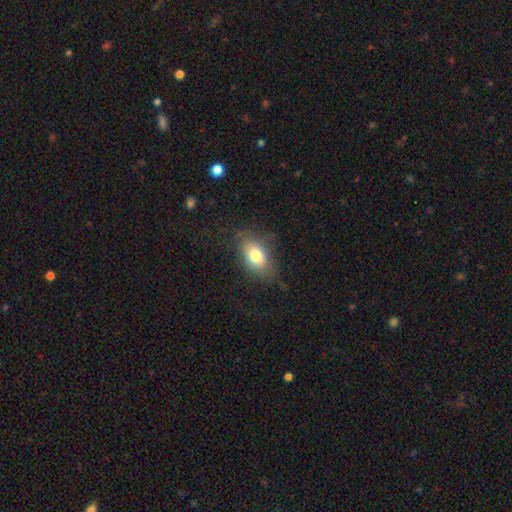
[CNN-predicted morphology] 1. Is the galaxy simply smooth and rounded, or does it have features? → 78% smooth, 13% featured or disk, 9% star or artifact.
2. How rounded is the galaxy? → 85% in between, 13% round, 2% cigar-shaped.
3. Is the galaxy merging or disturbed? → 70% none, 21% minor disturbance, 8% major disturbance, 1% merger.